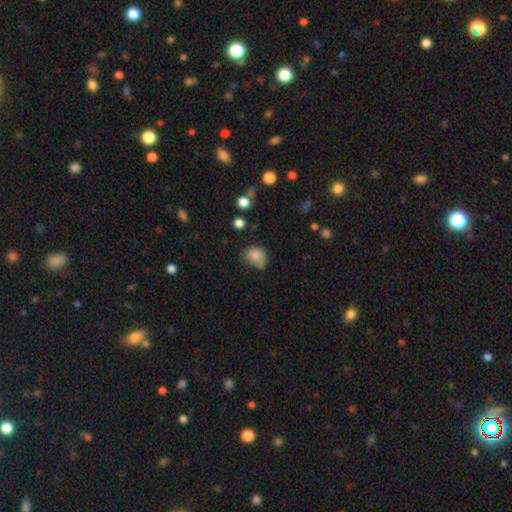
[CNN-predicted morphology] This appears to be a smooth galaxy with no disk features (83%) that is in between round and cigar-shaped (53%). Merging: none (46%).